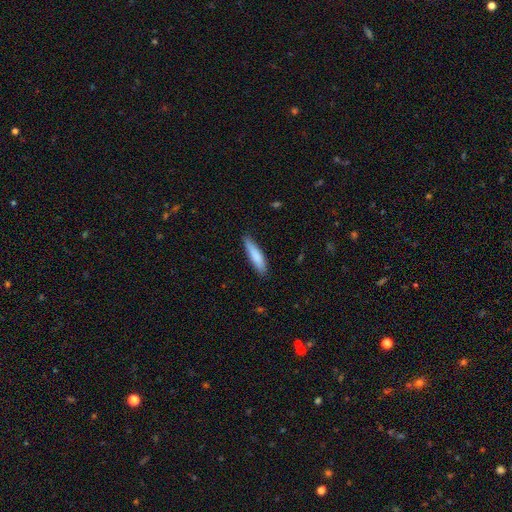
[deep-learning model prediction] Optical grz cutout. It shows a smooth galaxy with no disk features (83%) that is cigar-shaped (80%). Merging: none (82%).